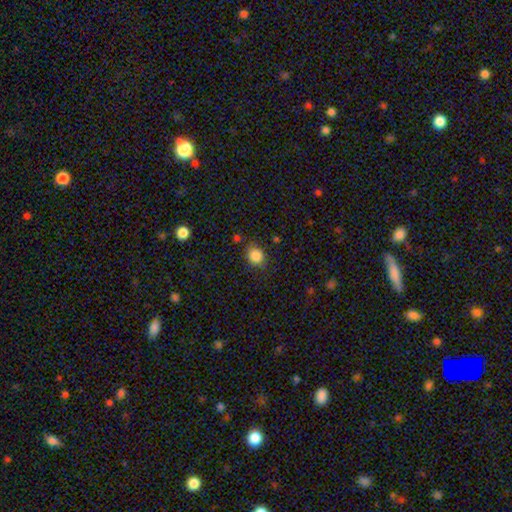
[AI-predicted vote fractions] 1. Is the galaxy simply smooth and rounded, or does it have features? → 86% smooth, 10% star or artifact, 4% featured or disk.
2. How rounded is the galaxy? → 71% round, 28% in between, 1% cigar-shaped.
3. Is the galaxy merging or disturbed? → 80% none, 14% minor disturbance, 4% major disturbance, 2% merger.